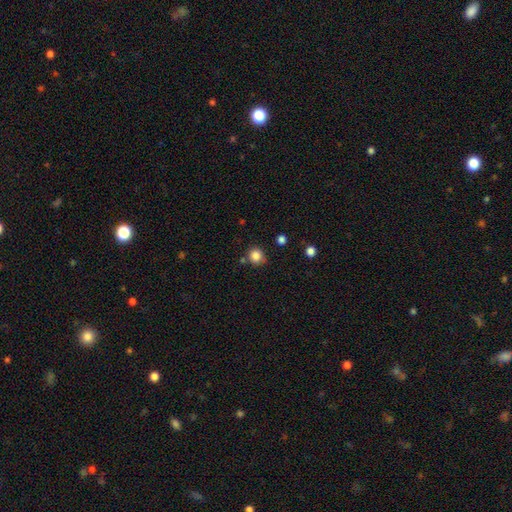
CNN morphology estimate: Overall: smooth (84%). How rounded: round (88%). Merging: none (78%).